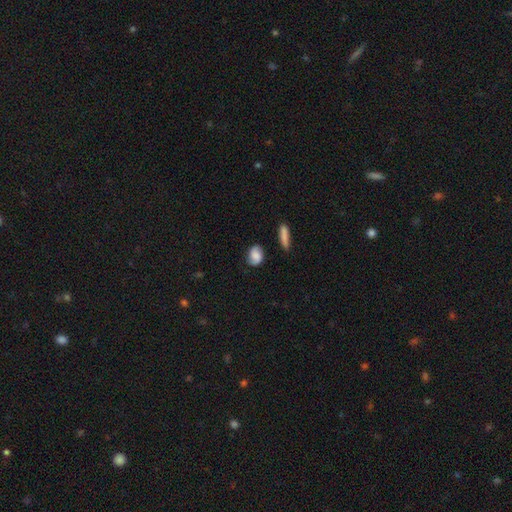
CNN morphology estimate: Q: Smooth or featured?
A: smooth (53%); runner-up: featured or disk (38%)
Q: How rounded?
A: in between (59%); runner-up: round (37%)
Q: Merging?
A: none (74%); runner-up: minor disturbance (18%)